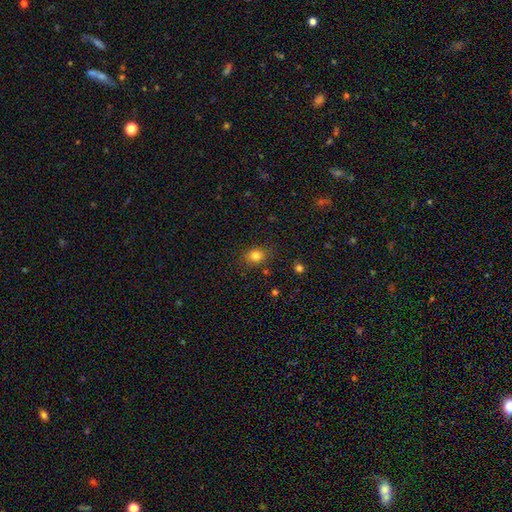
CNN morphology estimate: A smooth galaxy with no disk features (80%) that is round (56%).

Vote fractions:
- Smooth or featured? smooth: 80% / star or artifact: 13% / featured or disk: 7%
- How rounded? round: 56% / in between: 43% / cigar-shaped: 1%
- Merging? none: 81% / minor disturbance: 14% / major disturbance: 4% / merger: 2%